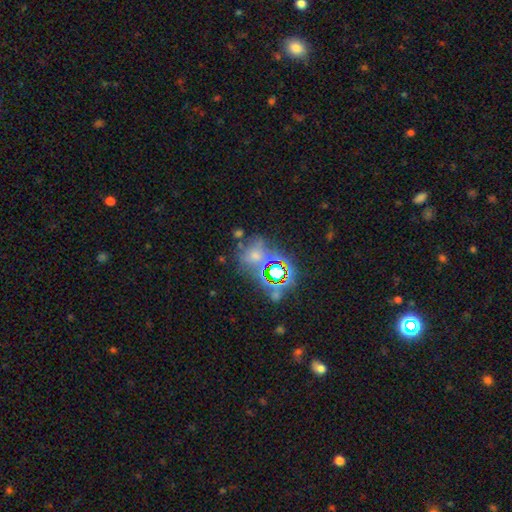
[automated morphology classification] type=smooth (44%); merging=none (56%).